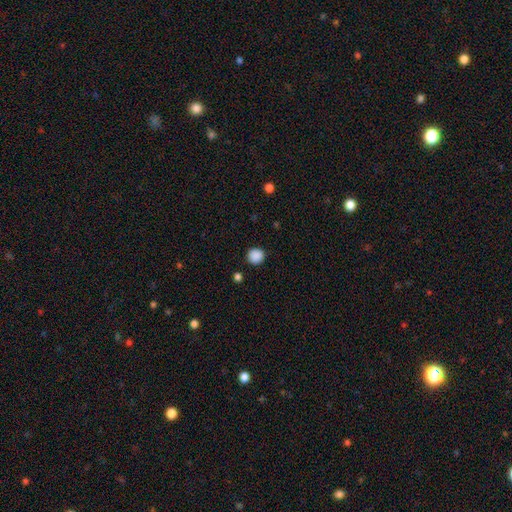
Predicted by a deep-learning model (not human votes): The model was most divided on "smooth or featured": smooth: 88%, star or artifact: 9%, featured or disk: 2%. More confident: how rounded — round (90%); merging — none (89%).